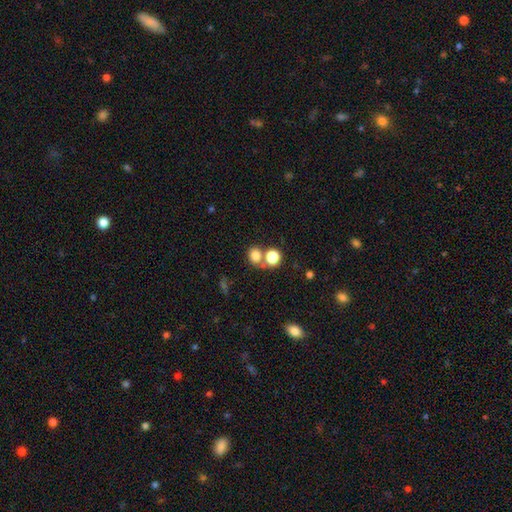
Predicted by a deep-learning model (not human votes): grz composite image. It shows a smooth galaxy with no disk features (79%) that is round (70%). Merging: none (47%).